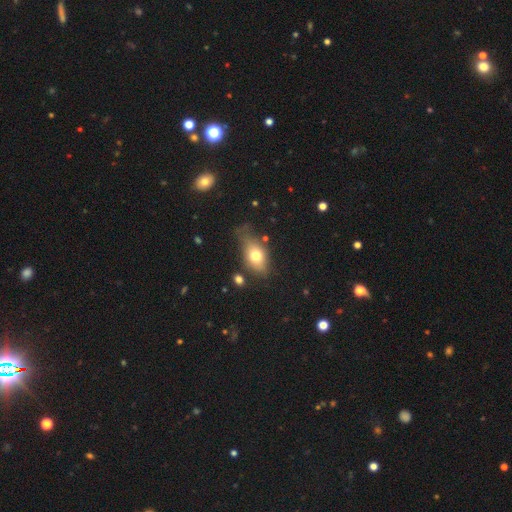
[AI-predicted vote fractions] Smooth or featured? Predicted: smooth (p=0.73). How rounded? Predicted: in between (p=0.82). Merging? Predicted: none (p=0.49).